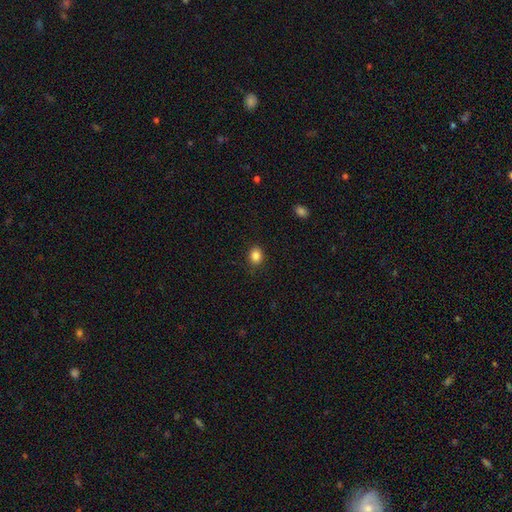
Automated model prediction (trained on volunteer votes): This appears to be a smooth galaxy with no disk features (86%) that is round (51%). Merging: none (86%).